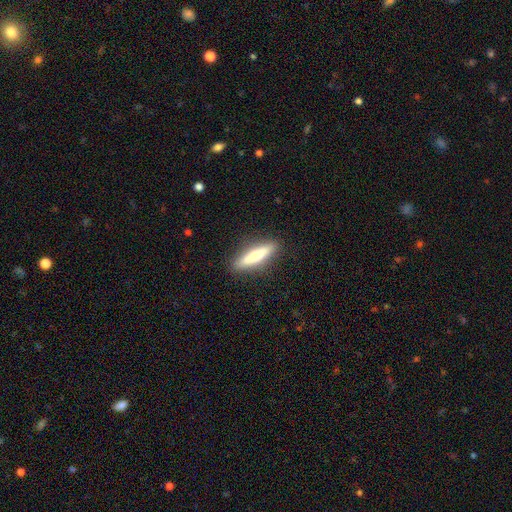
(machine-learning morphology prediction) type=smooth (60%); roundness=cigar-shaped (79%); merging=none (90%).